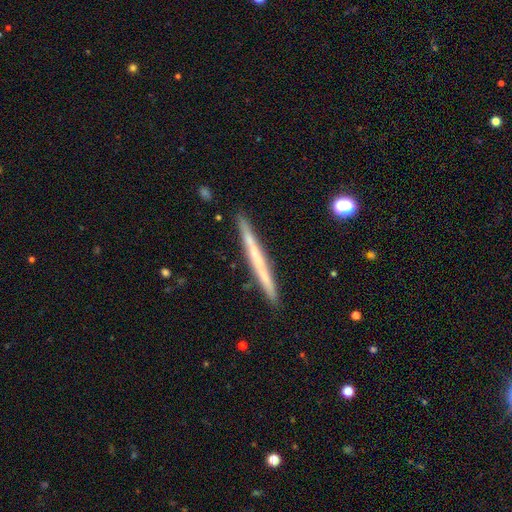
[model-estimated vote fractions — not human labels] Overall: featured or disk (49%; smooth 45%). Merging: none (90%).